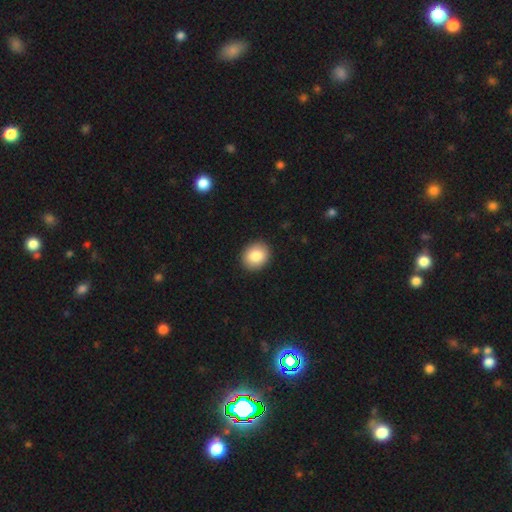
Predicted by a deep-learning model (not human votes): Smooth or featured? smooth (85%)
How rounded? round (56%)
Merging? none (91%)